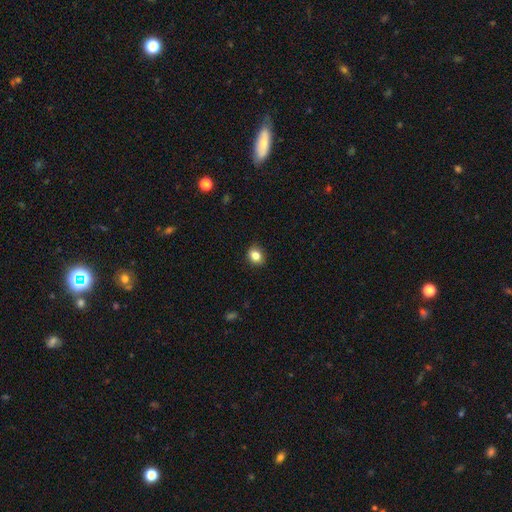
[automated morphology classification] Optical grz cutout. It shows a smooth galaxy with no disk features (84%) that is round (55%). Merging: none (87%).